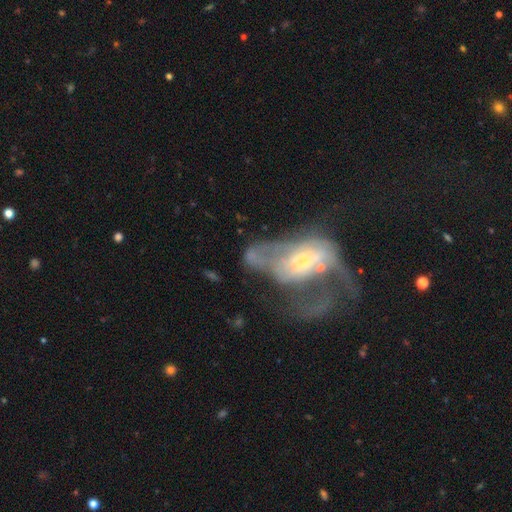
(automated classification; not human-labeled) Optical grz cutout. It shows a featured or disk galaxy (57%) with no bar (65%), spiral arms (50%, tied with no) and a moderate central bulge (34%). Merging: major disturbance (37%).